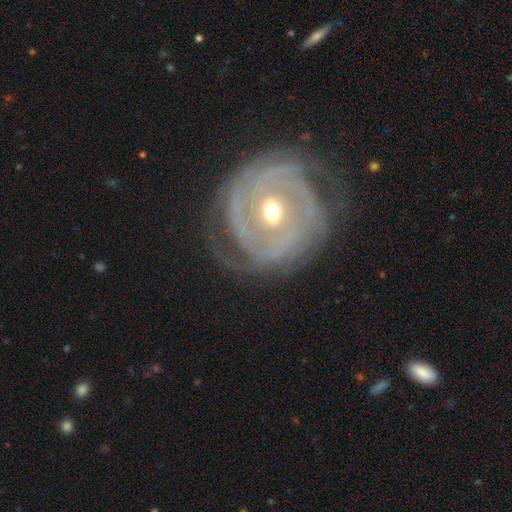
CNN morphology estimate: Smooth or featured? featured or disk (86%)
Edge-on disk? no (97%)
Bar? no (59%)
Spiral arms? yes (93%)
Spiral winding? tight (77%)
Spiral arm count? can't tell (28%)
Bulge size? moderate (62%)
Merging? none (70%)